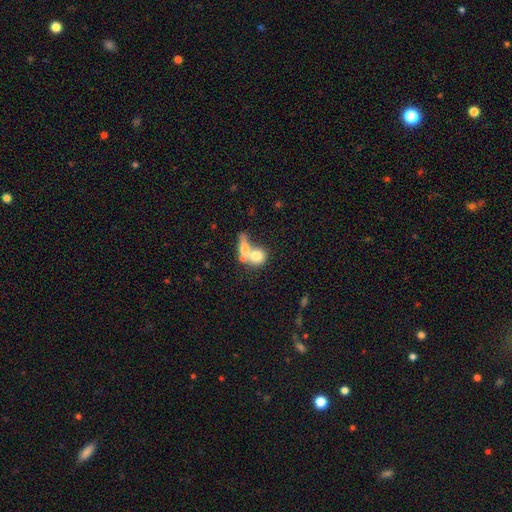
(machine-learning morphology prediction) A smooth galaxy with no disk features (71%) that is round (57%). Merging: merger (66%).